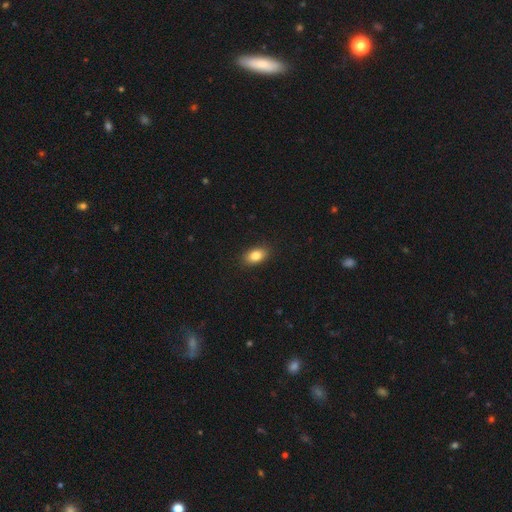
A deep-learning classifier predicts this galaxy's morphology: smooth 85%, star or artifact 8%, featured or disk 7%. Down the decision tree: how rounded — in between (86%); merging — none (89%).